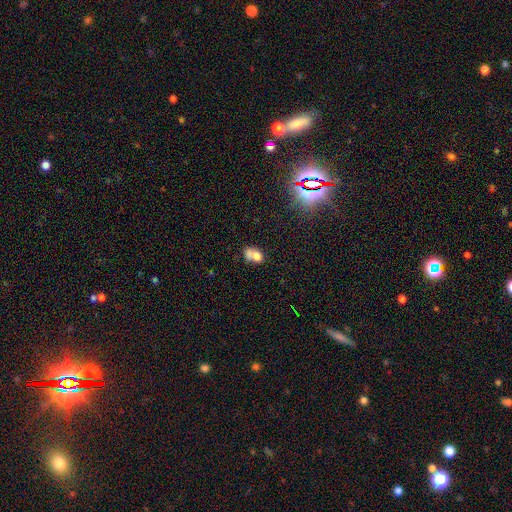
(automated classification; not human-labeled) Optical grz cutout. It shows a smooth galaxy with no disk features (67%) that is in between round and cigar-shaped (64%). Merging: merger (56%).